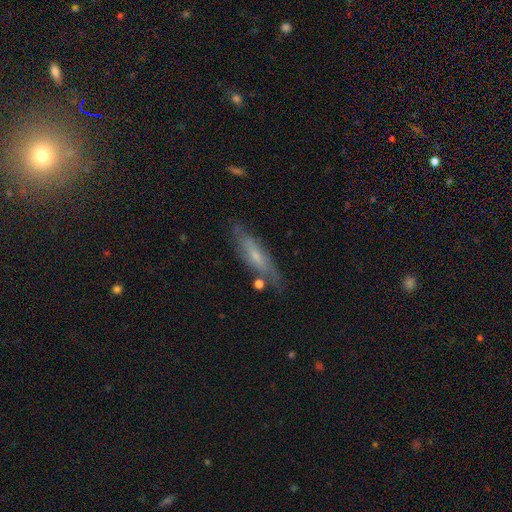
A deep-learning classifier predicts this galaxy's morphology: Q: Smooth or featured?
A: featured or disk (50%); runner-up: smooth (42%)
Q: Edge-on disk?
A: yes (57%); runner-up: no (43%)
Q: Merging?
A: none (72%); runner-up: minor disturbance (18%)